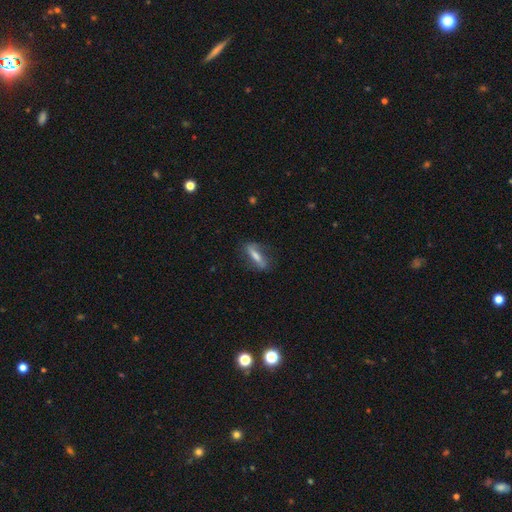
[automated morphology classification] Overall: featured or disk (53%; smooth 38%). Edge-on disk: no (59%; yes 41%). Merging: none (73%).